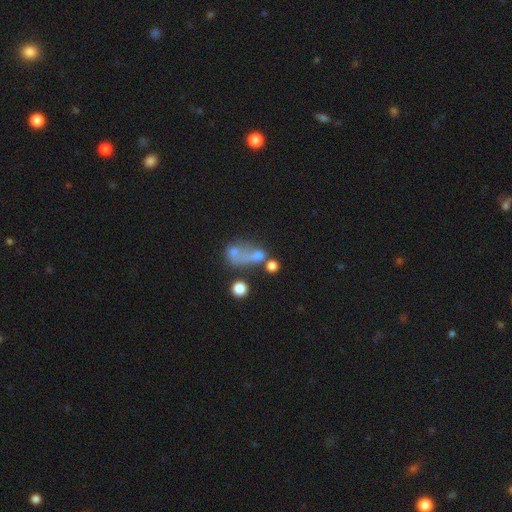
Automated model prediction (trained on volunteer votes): A smooth galaxy with no disk features (49%).

Vote fractions:
- Smooth or featured? smooth: 49% / featured or disk: 28% / star or artifact: 23%
- Merging? merger: 42% / major disturbance: 23% / none: 23% / minor disturbance: 12%